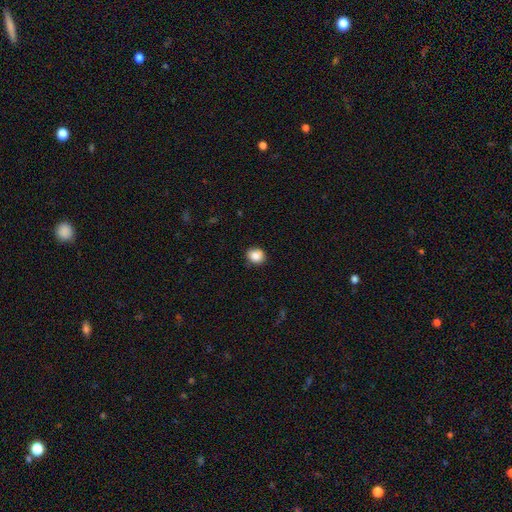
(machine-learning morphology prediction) Q: Smooth or featured?
A: smooth (87%); runner-up: star or artifact (9%)
Q: How rounded?
A: round (74%); runner-up: in between (25%)
Q: Merging?
A: none (87%); runner-up: minor disturbance (10%)